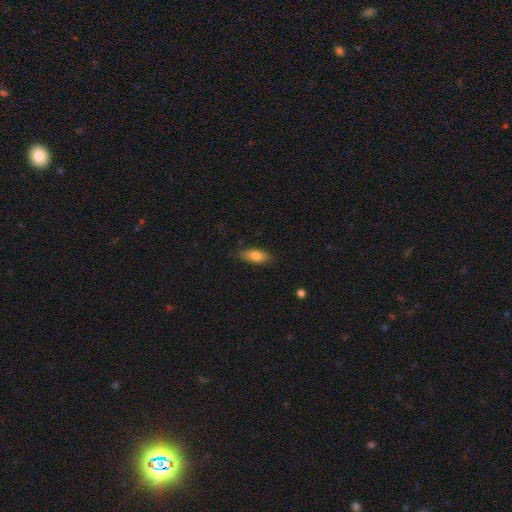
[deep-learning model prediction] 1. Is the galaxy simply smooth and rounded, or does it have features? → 78% smooth, 15% featured or disk, 7% star or artifact.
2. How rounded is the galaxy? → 73% in between, 24% cigar-shaped, 3% round.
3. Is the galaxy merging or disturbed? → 82% none, 14% minor disturbance, 3% major disturbance, 1% merger.